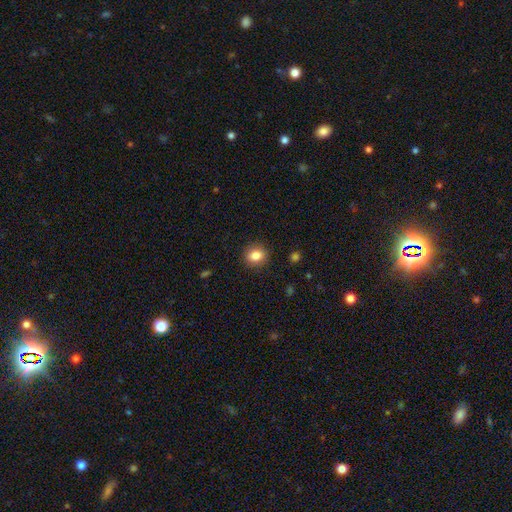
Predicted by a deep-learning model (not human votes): Smooth or featured? smooth (84%)
How rounded? round (70%)
Merging? none (89%)